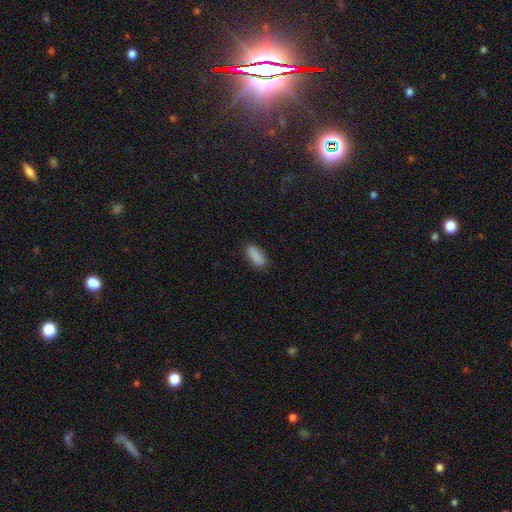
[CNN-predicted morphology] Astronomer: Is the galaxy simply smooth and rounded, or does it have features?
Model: smooth — 87%.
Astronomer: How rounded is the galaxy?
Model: in between — 71%.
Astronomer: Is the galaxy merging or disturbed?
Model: none — 83%.